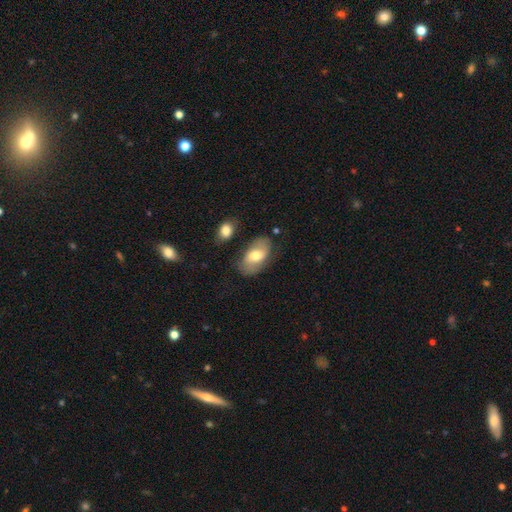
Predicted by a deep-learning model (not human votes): smooth_or_featured: smooth (p=0.61) [alt: featured or disk p=0.32]
how_rounded: in between (p=0.93) [alt: round p=0.05]
merging: none (p=0.71) [alt: minor disturbance p=0.19]